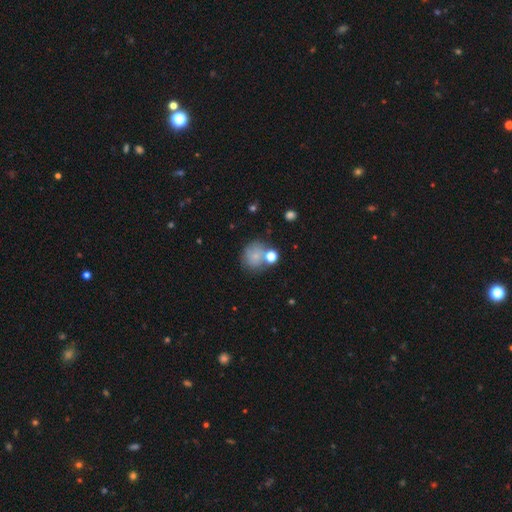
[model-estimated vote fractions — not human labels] Smooth or featured?
  - smooth: 73% *
  - featured or disk: 15%
  - star or artifact: 13%
How rounded?
  - round: 81% *
  - in between: 18%
  - cigar-shaped: 1%
Merging?
  - none: 56% *
  - merger: 19%
  - minor disturbance: 17%
  - major disturbance: 8%